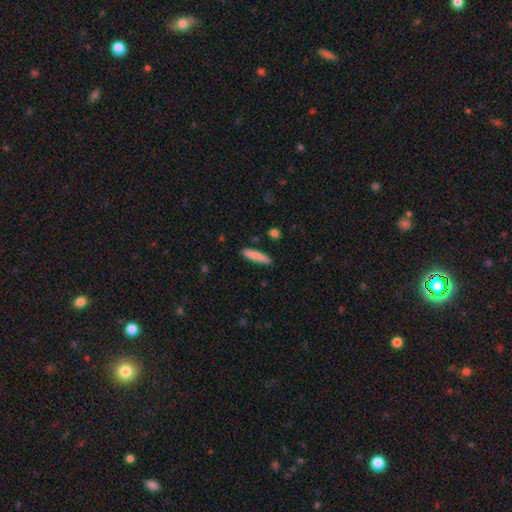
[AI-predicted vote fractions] This appears to be a smooth galaxy with no disk features (84%) that is cigar-shaped (87%). Merging: none (88%).